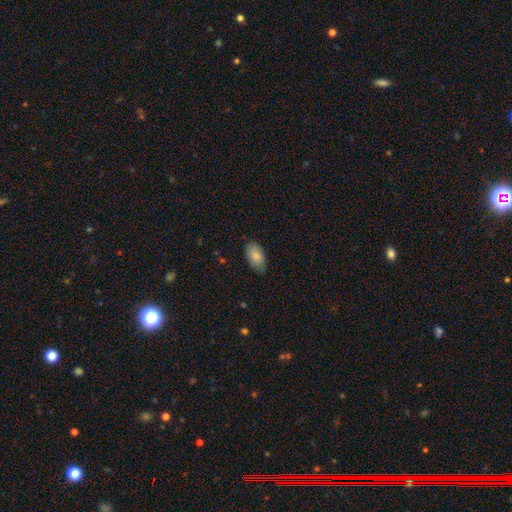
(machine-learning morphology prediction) smooth 85%, featured or disk 9%, star or artifact 6%. Down the decision tree: how rounded — in between (94%); merging — none (78%).